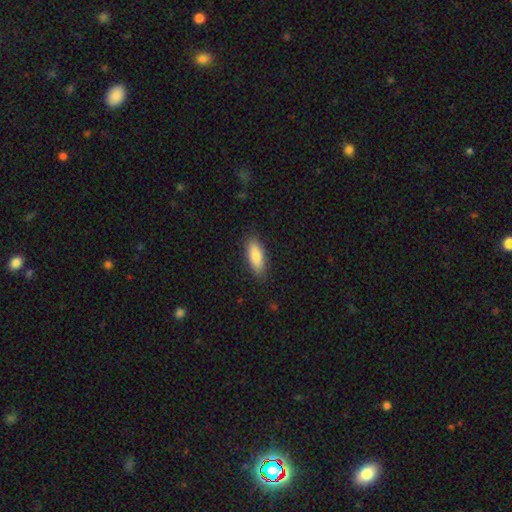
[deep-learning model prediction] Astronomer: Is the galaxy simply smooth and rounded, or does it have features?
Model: smooth — 84%.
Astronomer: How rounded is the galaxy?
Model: in between — 70%.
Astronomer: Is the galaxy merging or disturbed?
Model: none — 87%.